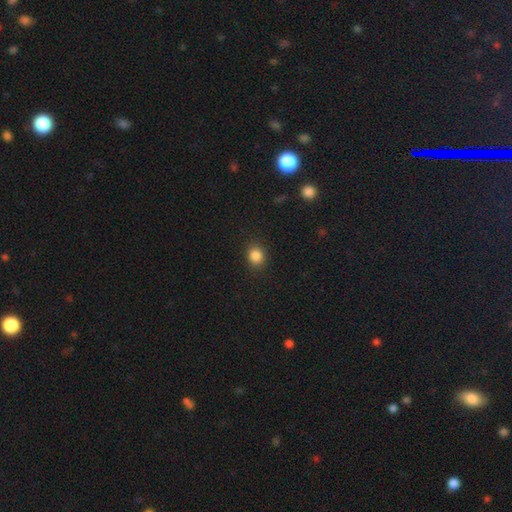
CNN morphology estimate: smooth 86%, star or artifact 11%, featured or disk 4%. Down the decision tree: how rounded — round (72%); merging — none (88%).